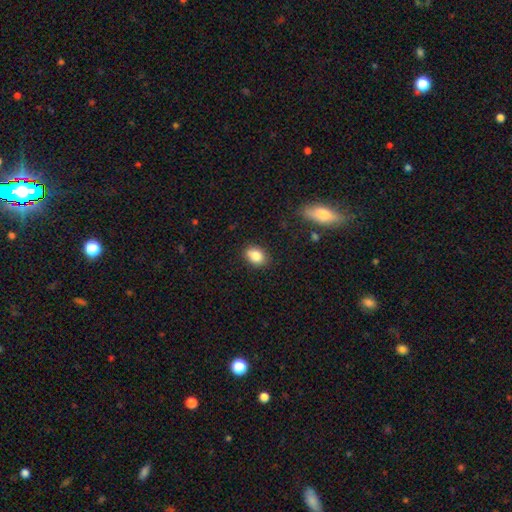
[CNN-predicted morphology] smooth 84%, star or artifact 9%, featured or disk 7%. Down the decision tree: how rounded — in between (68%); merging — none (81%).